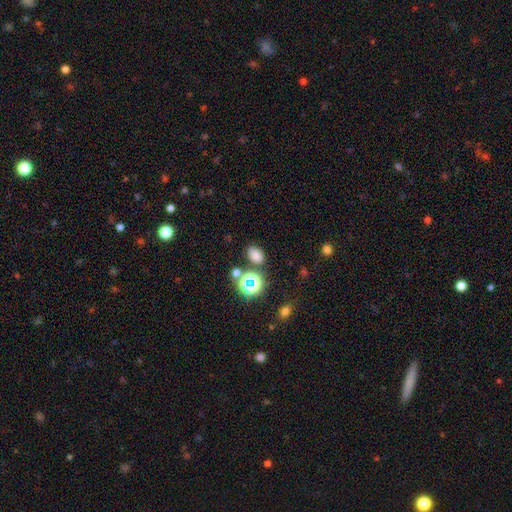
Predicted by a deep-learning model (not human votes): A smooth galaxy with no disk features (72%) that is in between round and cigar-shaped (74%). Merging: none (78%).